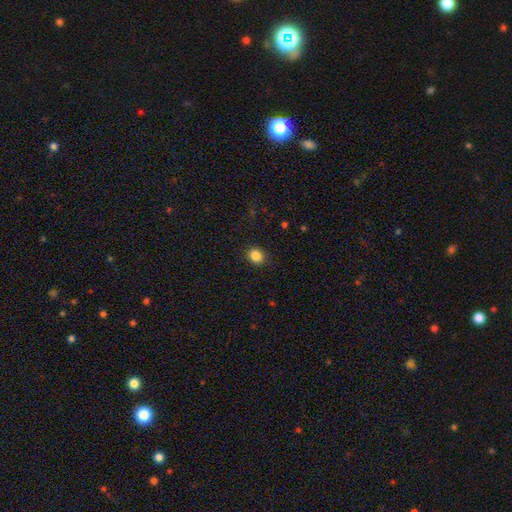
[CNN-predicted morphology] Smooth or featured? Predicted: smooth (p=0.85). How rounded? Predicted: round (p=0.76). Merging? Predicted: none (p=0.89).